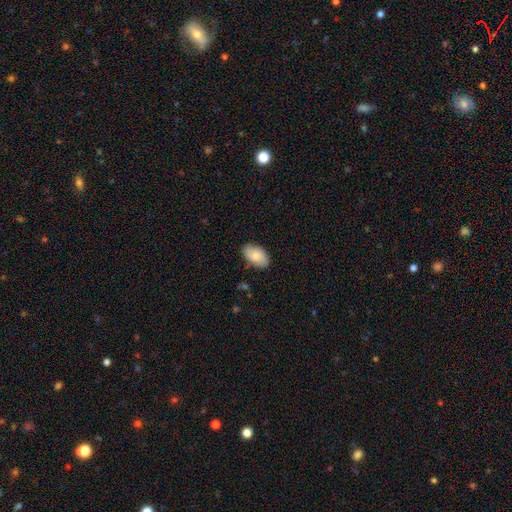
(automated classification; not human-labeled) A smooth galaxy with no disk features (85%) that is in between round and cigar-shaped (94%). Merging: none (84%).